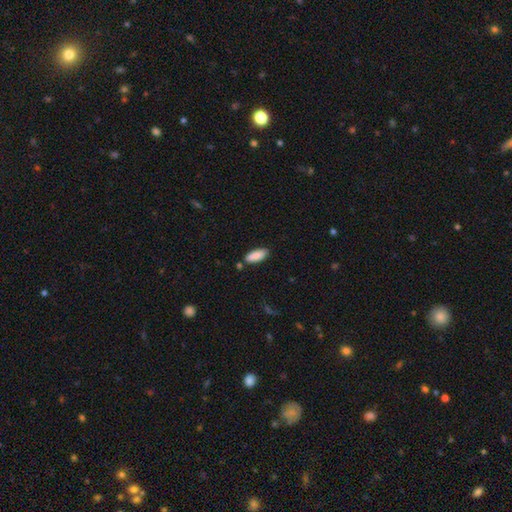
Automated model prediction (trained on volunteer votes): smooth-or-featured: smooth: 89% | star or artifact: 6% | featured or disk: 5%
  how-rounded: in between: 77% | cigar-shaped: 21% | round: 2%
  merging: none: 80% | minor disturbance: 13% | merger: 4% | major disturbance: 3%